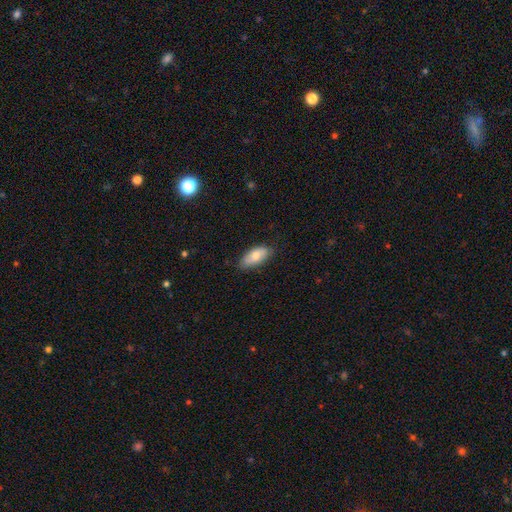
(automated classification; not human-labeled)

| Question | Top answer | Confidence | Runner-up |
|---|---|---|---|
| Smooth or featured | smooth | 75% | featured or disk (19%) |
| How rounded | in between | 89% | cigar-shaped (8%) |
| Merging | none | 78% | minor disturbance (18%) |